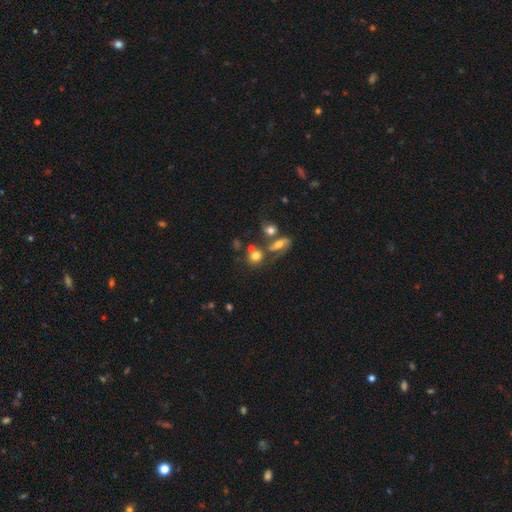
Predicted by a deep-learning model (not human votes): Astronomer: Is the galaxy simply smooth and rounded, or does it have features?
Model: smooth — 69%.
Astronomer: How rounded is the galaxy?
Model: round — 71%.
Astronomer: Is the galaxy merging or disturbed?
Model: none — 39% (runner-up: merger, 38%).